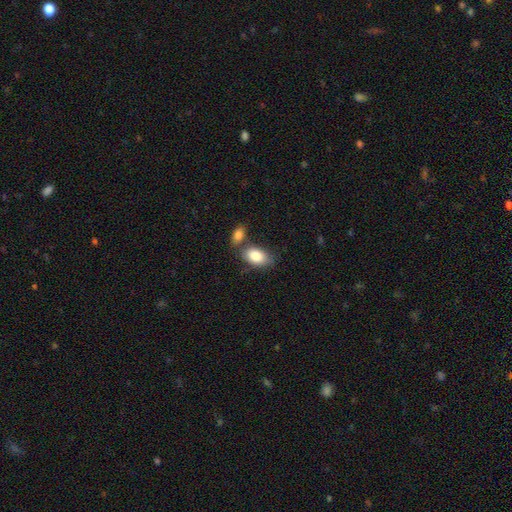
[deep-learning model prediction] smooth_or_featured: smooth (p=0.84) [alt: featured or disk p=0.09]
how_rounded: in between (p=0.89) [alt: round p=0.09]
merging: none (p=0.56) [alt: merger p=0.25]